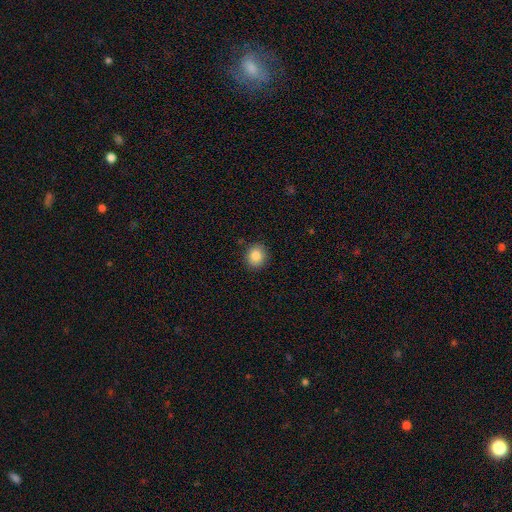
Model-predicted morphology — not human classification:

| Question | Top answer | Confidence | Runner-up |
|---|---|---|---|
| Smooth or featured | smooth | 85% | star or artifact (10%) |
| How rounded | round | 78% | in between (21%) |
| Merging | none | 89% | minor disturbance (8%) |